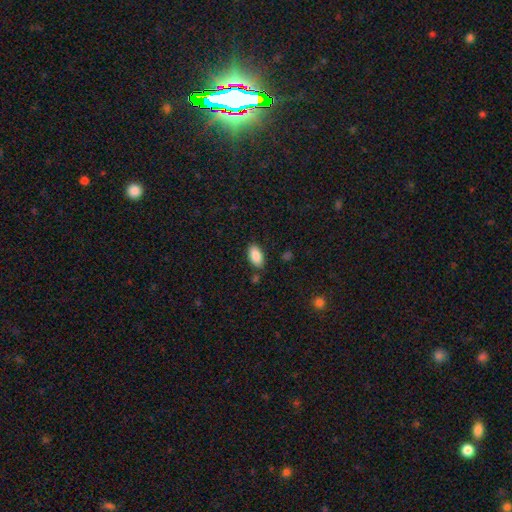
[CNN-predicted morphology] Smooth or featured? Predicted: smooth (p=0.88). How rounded? Predicted: in between (p=0.94). Merging? Predicted: none (p=0.82).